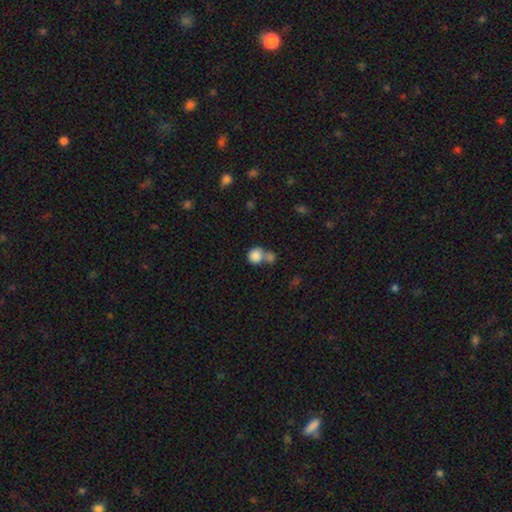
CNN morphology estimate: This appears to be a smooth galaxy with no disk features (84%) that is round (86%). Merging: merger (48%).